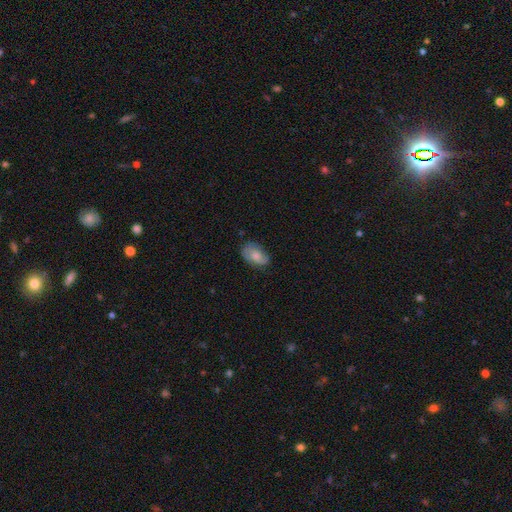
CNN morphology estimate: smooth_or_featured: smooth (p=0.63) [alt: featured or disk p=0.29]
how_rounded: in between (p=0.90) [alt: round p=0.08]
merging: none (p=0.70) [alt: minor disturbance p=0.23]